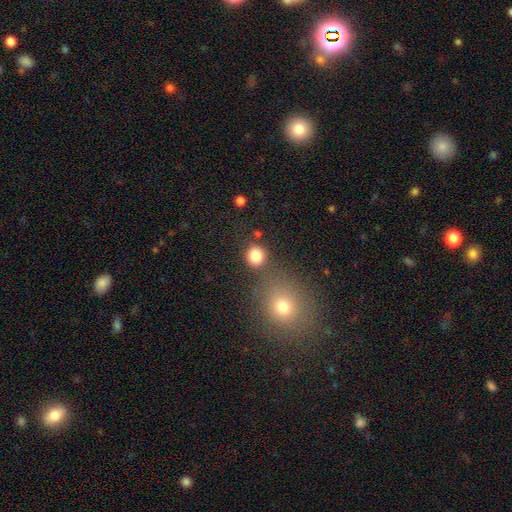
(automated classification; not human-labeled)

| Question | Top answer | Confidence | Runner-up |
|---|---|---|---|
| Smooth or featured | smooth | 84% | star or artifact (12%) |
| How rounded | round | 86% | in between (13%) |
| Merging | none | 75% | merger (10%) |